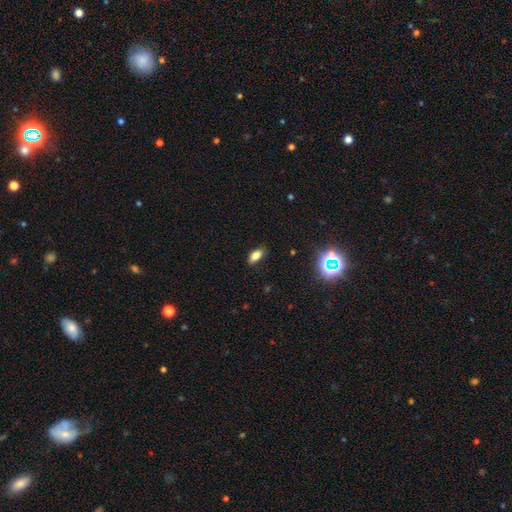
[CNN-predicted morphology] Smooth or featured? smooth (76%)
How rounded? in between (86%)
Merging? none (85%)